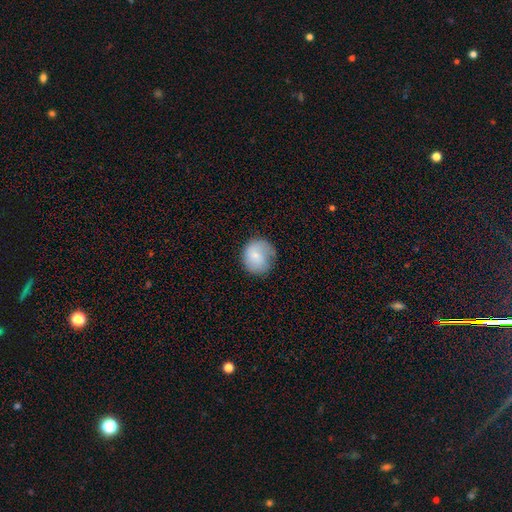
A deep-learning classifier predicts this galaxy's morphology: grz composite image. It shows a smooth galaxy with no disk features (76%) that is round (82%). Merging: none (64%).